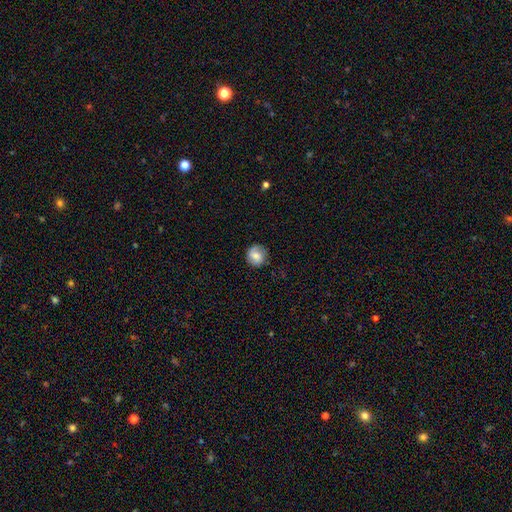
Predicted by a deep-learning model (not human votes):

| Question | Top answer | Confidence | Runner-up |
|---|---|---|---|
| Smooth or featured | smooth | 66% | featured or disk (26%) |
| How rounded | round | 89% | in between (10%) |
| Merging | none | 83% | minor disturbance (13%) |